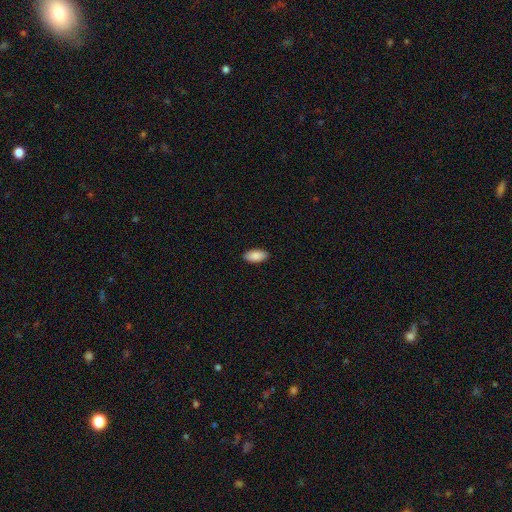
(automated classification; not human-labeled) Smooth or featured: smooth — 89% (star or artifact — 6%)
How rounded: in between — 94% (cigar-shaped — 4%)
Merging: none — 89% (minor disturbance — 8%)